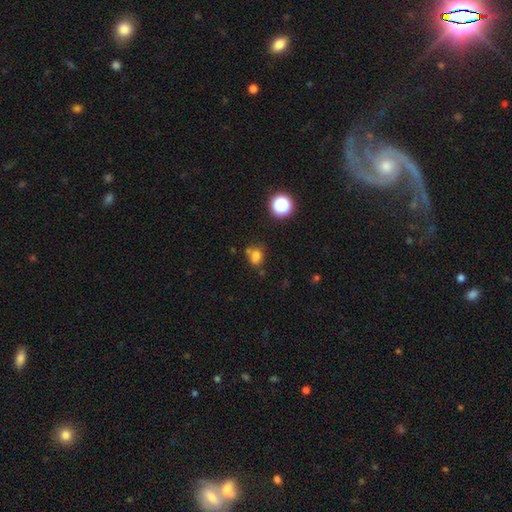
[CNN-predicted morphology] Smooth or featured: smooth — 71% (star or artifact — 18%)
How rounded: round — 52% (in between — 46%)
Merging: none — 51% (merger — 24%)